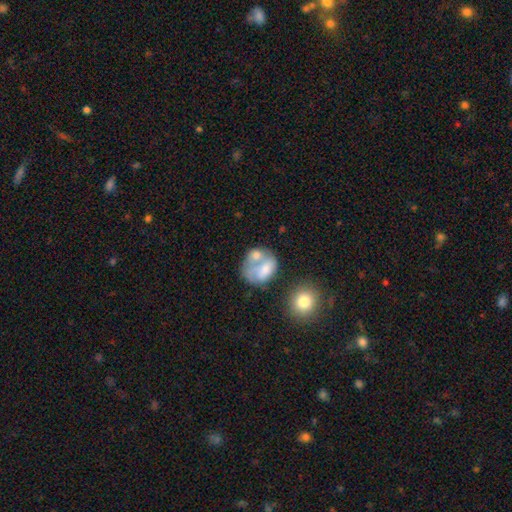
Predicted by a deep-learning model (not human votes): A smooth galaxy with no disk features (58%) that is in between round and cigar-shaped (56%).

Vote fractions:
- Smooth or featured? smooth: 58% / featured or disk: 34% / star or artifact: 8%
- How rounded? in between: 56% / round: 43% / cigar-shaped: 1%
- Merging? merger: 51% / none: 22% / major disturbance: 14% / minor disturbance: 13%